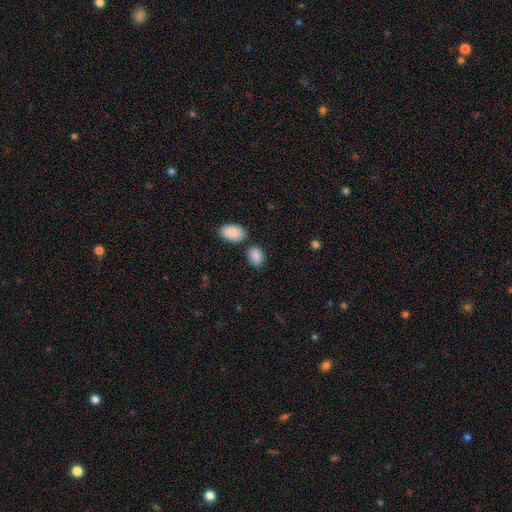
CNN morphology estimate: Q: Smooth or featured?
A: smooth (88%); runner-up: star or artifact (7%)
Q: How rounded?
A: in between (81%); runner-up: round (18%)
Q: Merging?
A: none (71%); runner-up: minor disturbance (14%)